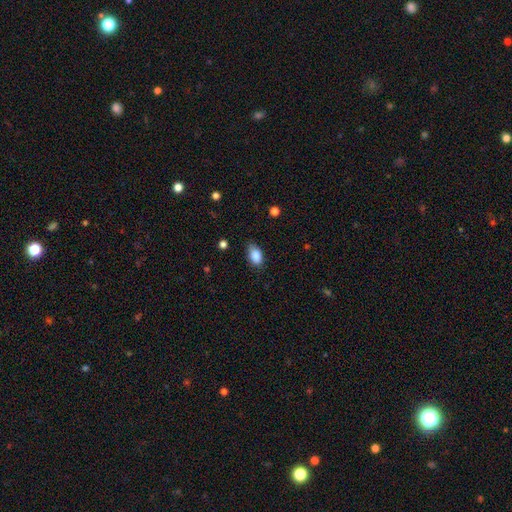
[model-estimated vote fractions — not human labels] A smooth galaxy with no disk features (87%) that is in between round and cigar-shaped (90%).

Vote fractions:
- Smooth or featured? smooth: 87% / star or artifact: 8% / featured or disk: 6%
- How rounded? in between: 90% / round: 7% / cigar-shaped: 2%
- Merging? none: 74% / minor disturbance: 21% / major disturbance: 3% / merger: 1%